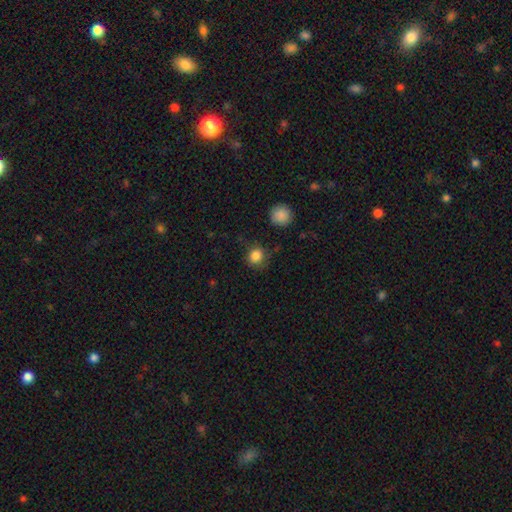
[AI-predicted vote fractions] smooth-or-featured: smooth: 84% | star or artifact: 11% | featured or disk: 5%
  how-rounded: round: 83% | in between: 16% | cigar-shaped: 1%
  merging: none: 77% | minor disturbance: 15% | major disturbance: 5% | merger: 2%